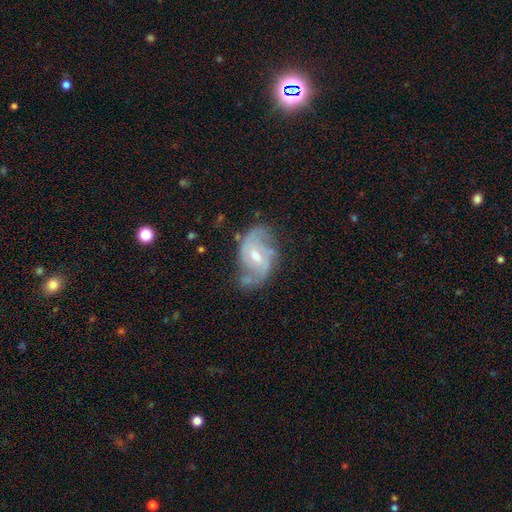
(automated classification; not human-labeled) smooth-or-featured: featured or disk: 81% | smooth: 12% | star or artifact: 7%
  disk-edge-on: no: 97% | yes: 3%
    bar: weak: 55% | no: 30% | strong: 15%
    has-spiral-arms: yes: 92% | no: 8%
      spiral-winding: medium: 47% | loose: 29% | tight: 24%
      spiral-arm-count: 2: 73% | can't tell: 13% | 3: 8% | 1: 3% | 4: 2% | more than 4: 2%
    bulge-size: moderate: 56% | small: 39% | large: 2% | none: 1% | dominant: 1%
  merging: none: 60% | minor disturbance: 25% | major disturbance: 11% | merger: 4%